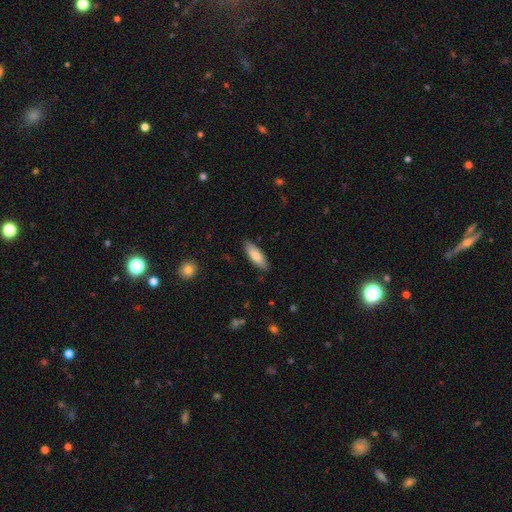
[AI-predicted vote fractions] A smooth galaxy with no disk features (79%) that is in between round and cigar-shaped (63%).

Vote fractions:
- Smooth or featured? smooth: 79% / featured or disk: 15% / star or artifact: 6%
- How rounded? in between: 63% / cigar-shaped: 36% / round: 2%
- Merging? none: 87% / minor disturbance: 10% / major disturbance: 2% / merger: 1%